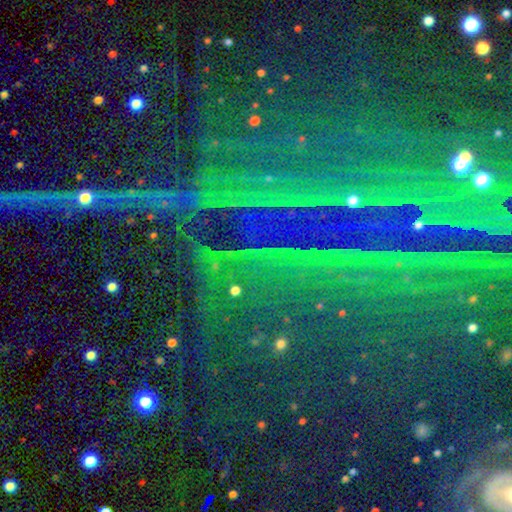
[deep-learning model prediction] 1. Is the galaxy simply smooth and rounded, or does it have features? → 87% star or artifact, 6% featured or disk, 6% smooth.